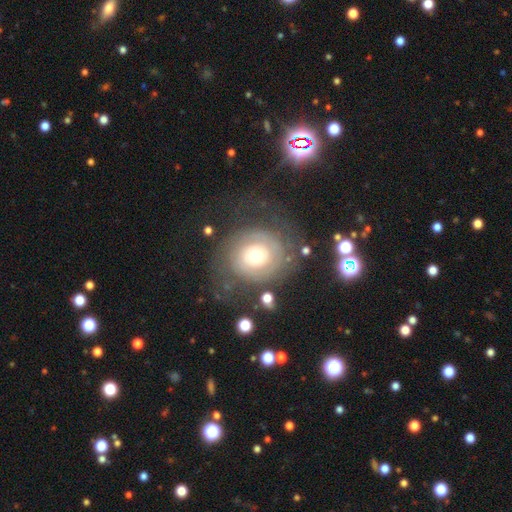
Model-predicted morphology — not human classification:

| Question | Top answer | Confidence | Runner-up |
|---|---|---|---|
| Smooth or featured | featured or disk | 67% | smooth (24%) |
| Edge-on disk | no | 97% | yes (3%) |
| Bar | no | 82% | weak (14%) |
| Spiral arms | yes | 78% | no (22%) |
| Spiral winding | tight | 67% | medium (23%) |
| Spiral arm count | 2 | 39% | tied: can't tell (39%) |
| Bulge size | moderate | 61% | small (20%) |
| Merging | none | 63% | major disturbance (18%) |